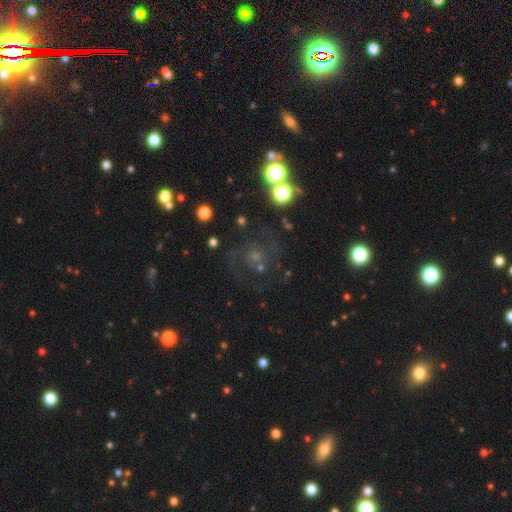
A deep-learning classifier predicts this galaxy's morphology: Overall: featured or disk (40%; star or artifact 33%). Merging: none (63%).